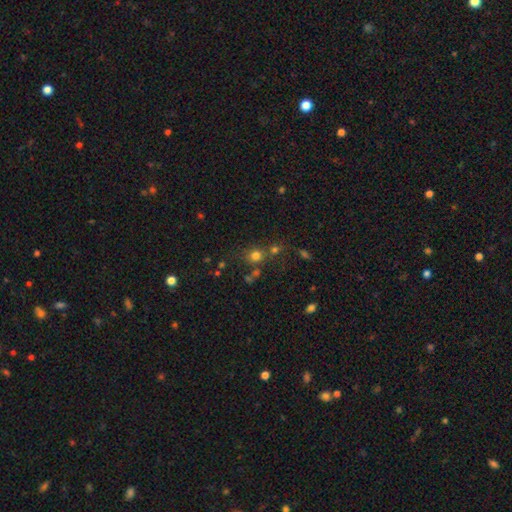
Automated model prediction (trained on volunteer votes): A smooth galaxy with no disk features (71%) that is round (82%). Merging: none (61%).